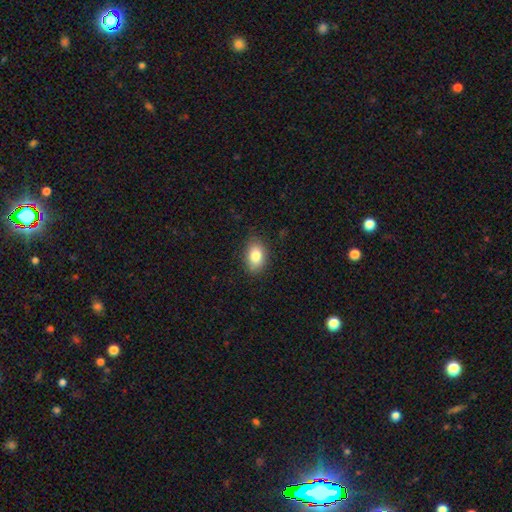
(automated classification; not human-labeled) This appears to be a smooth galaxy with no disk features (83%) that is in between round and cigar-shaped (85%). Merging: none (83%).